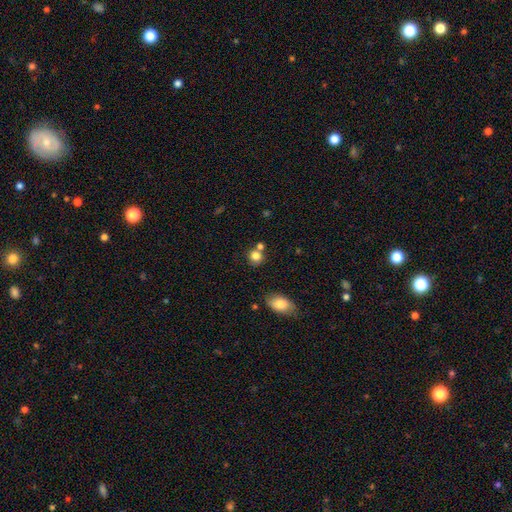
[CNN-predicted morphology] smooth_or_featured: smooth (p=0.81) [alt: star or artifact p=0.11]
how_rounded: round (p=0.83) [alt: in between p=0.16]
merging: none (p=0.62) [alt: merger p=0.23]